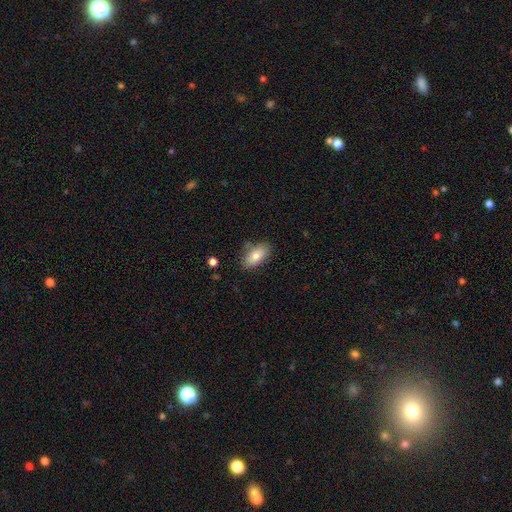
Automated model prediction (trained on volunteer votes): Morphology: type=smooth (80%); roundness=in between (90%); merging=none (78%).